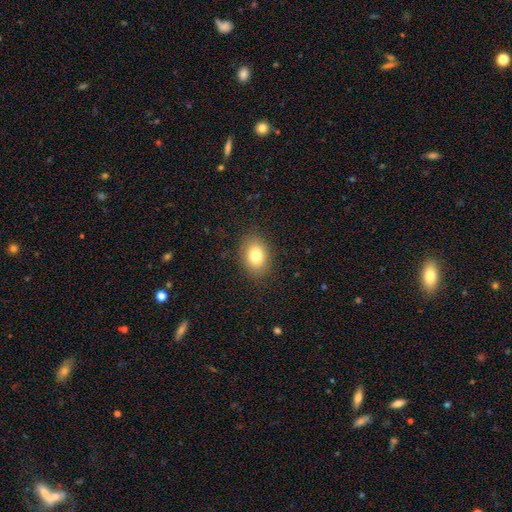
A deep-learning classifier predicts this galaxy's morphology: Overall: smooth (79%). How rounded: in between (70%). Merging: none (87%).